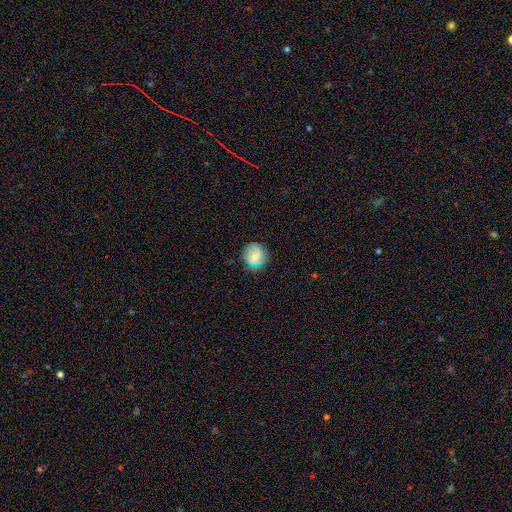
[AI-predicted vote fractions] smooth_or_featured: smooth (p=0.67) [alt: featured or disk p=0.21]
how_rounded: round (p=0.86) [alt: in between p=0.13]
merging: none (p=0.78) [alt: minor disturbance p=0.16]